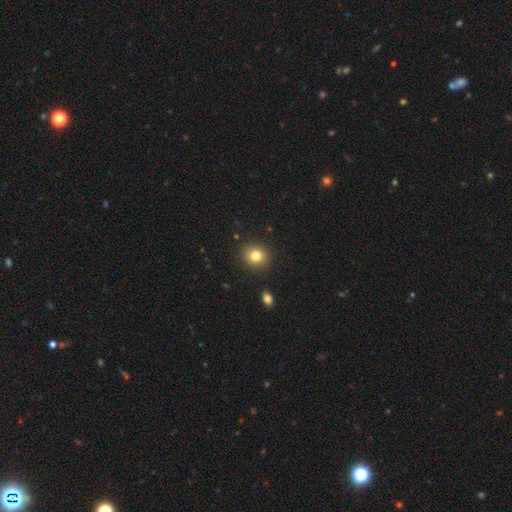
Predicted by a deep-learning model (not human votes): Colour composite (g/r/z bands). It shows a smooth galaxy with no disk features (81%) that is round (83%). Merging: none (90%).